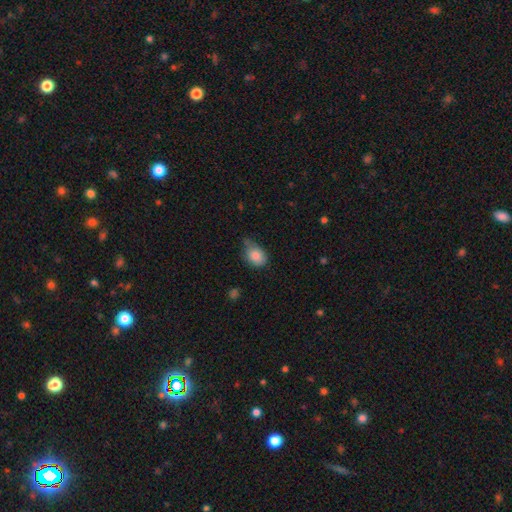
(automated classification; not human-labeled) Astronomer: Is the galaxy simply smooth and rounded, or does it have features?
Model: smooth — 84%.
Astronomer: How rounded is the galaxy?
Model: in between — 67%.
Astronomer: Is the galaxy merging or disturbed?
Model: none — 44% (runner-up: minor disturbance, 42%).